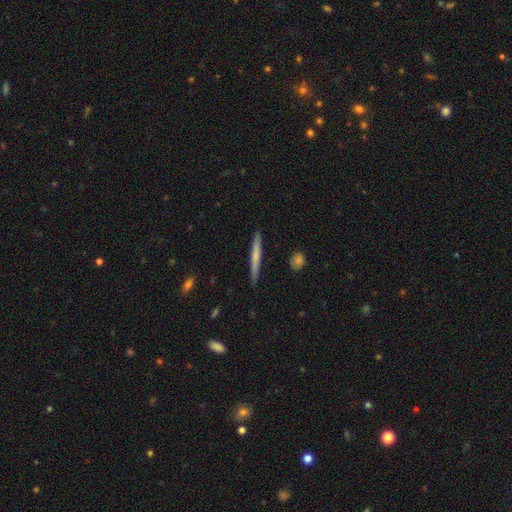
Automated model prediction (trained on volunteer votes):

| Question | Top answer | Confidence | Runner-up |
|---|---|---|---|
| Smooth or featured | smooth | 60% | featured or disk (35%) |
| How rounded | cigar-shaped | 96% | in between (2%) |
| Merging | none | 89% | minor disturbance (8%) |